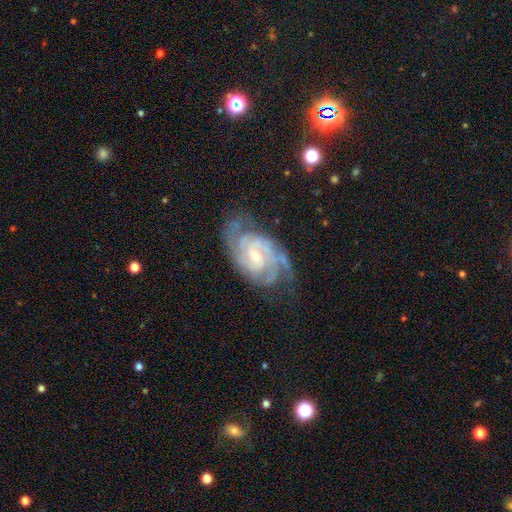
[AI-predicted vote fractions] smooth-or-featured: featured or disk: 91% | star or artifact: 5% | smooth: 4%
  disk-edge-on: no: 97% | yes: 3%
    bar: no: 51% | weak: 38% | strong: 11%
    has-spiral-arms: yes: 98% | no: 2%
      spiral-winding: tight: 64% | medium: 31% | loose: 5%
      spiral-arm-count: 2: 33% | 3: 27% | can't tell: 16% | 4: 13% | more than 4: 5% | 1: 5%
    bulge-size: small: 62% | moderate: 35% | none: 1% | large: 1% | dominant: 1%
  merging: none: 70% | minor disturbance: 20% | major disturbance: 8% | merger: 2%